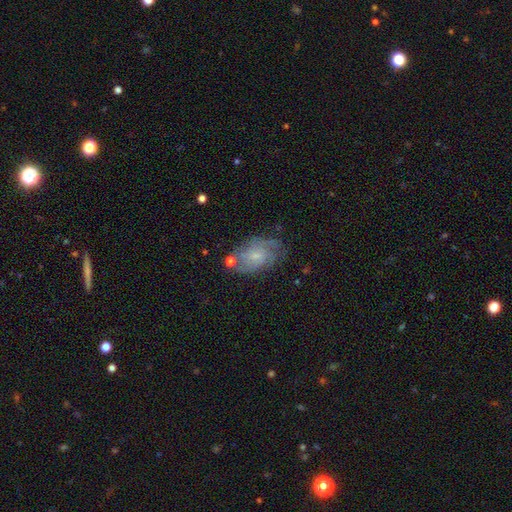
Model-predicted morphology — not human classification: A featured or disk galaxy (70%) with no bar (65%), tight (48%) spiral arms (89%) and a small central bulge (67%). Merging: none (64%).